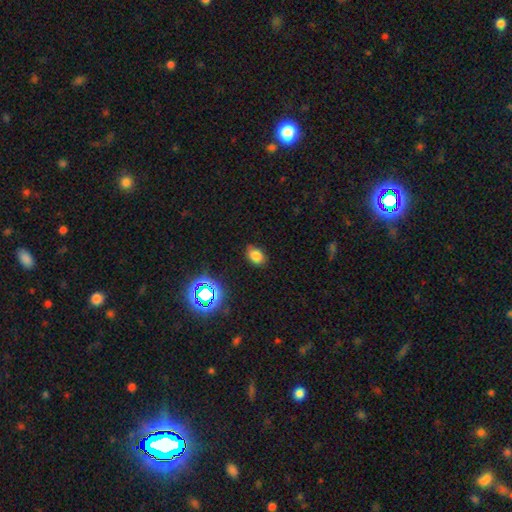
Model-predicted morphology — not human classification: Overall: smooth (76%). How rounded: in between (76%). Merging: none (81%).